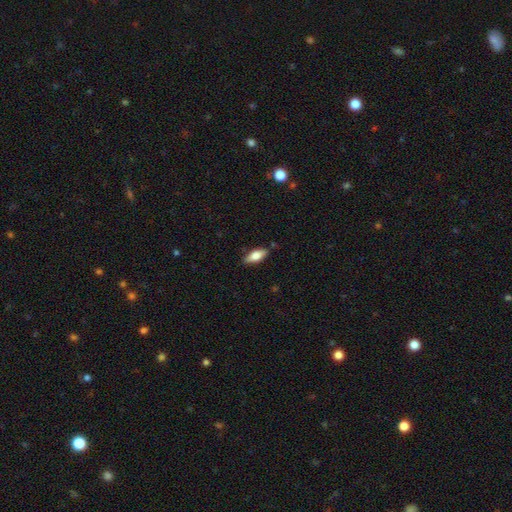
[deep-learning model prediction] Smooth or featured?
  - smooth: 70% *
  - featured or disk: 24%
  - star or artifact: 6%
How rounded?
  - in between: 78% *
  - cigar-shaped: 20%
  - round: 2%
Merging?
  - none: 84% *
  - minor disturbance: 12%
  - major disturbance: 2%
  - merger: 2%